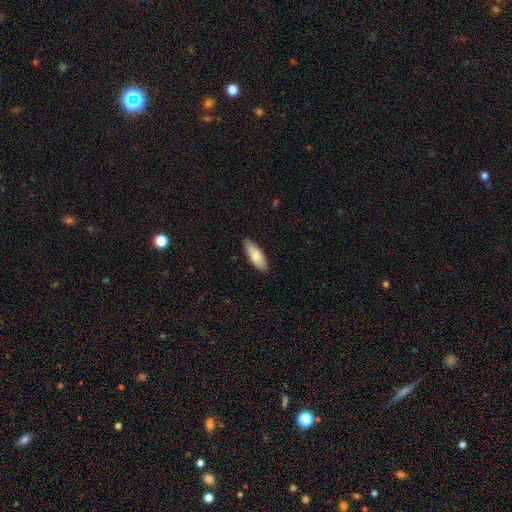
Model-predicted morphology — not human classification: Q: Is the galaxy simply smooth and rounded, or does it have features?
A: smooth — 84%.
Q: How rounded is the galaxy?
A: in between — 68%.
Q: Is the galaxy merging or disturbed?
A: none — 87%.